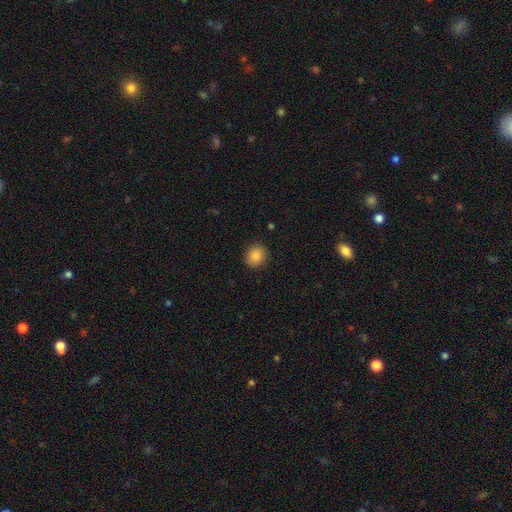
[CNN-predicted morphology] smooth-or-featured: smooth: 88% | star or artifact: 9% | featured or disk: 4%
  how-rounded: round: 82% | in between: 17% | cigar-shaped: 1%
  merging: none: 89% | minor disturbance: 8% | major disturbance: 2% | merger: 1%